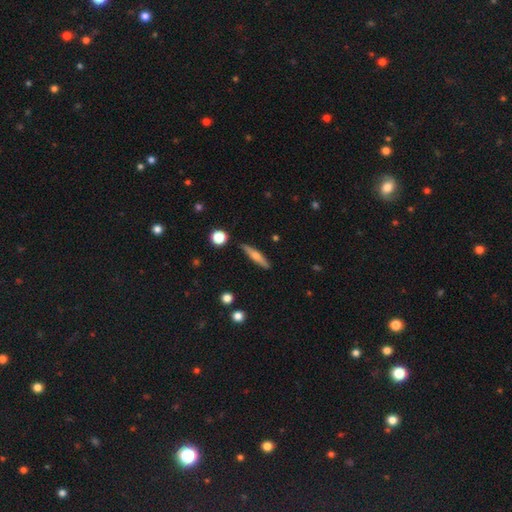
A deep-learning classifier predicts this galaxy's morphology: Smooth or featured? Predicted: featured or disk (p=0.51). Edge-on disk? Predicted: yes (p=0.94). Merging? Predicted: none (p=0.88).